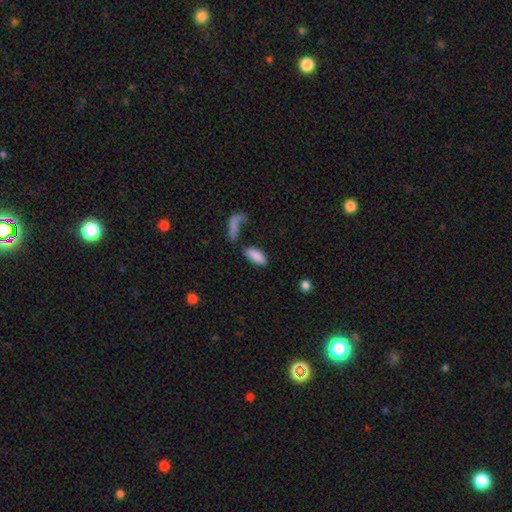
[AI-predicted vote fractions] Overall: smooth (87%). How rounded: in between (86%). Merging: none (65%).